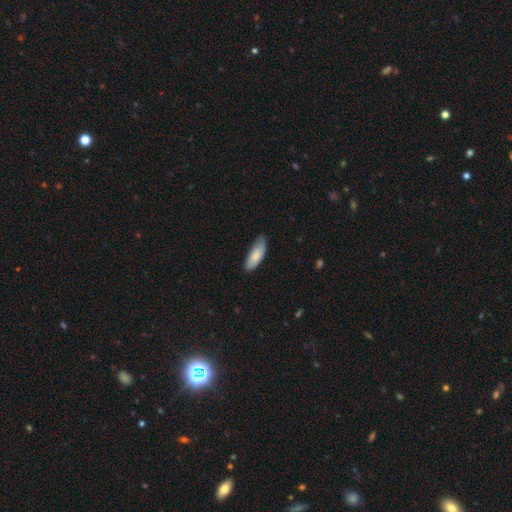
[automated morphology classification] The model was most divided on "merging": none: 69%, minor disturbance: 27%, major disturbance: 3%, merger: 1%. More confident: smooth or featured — smooth (83%); how rounded — in between (72%).